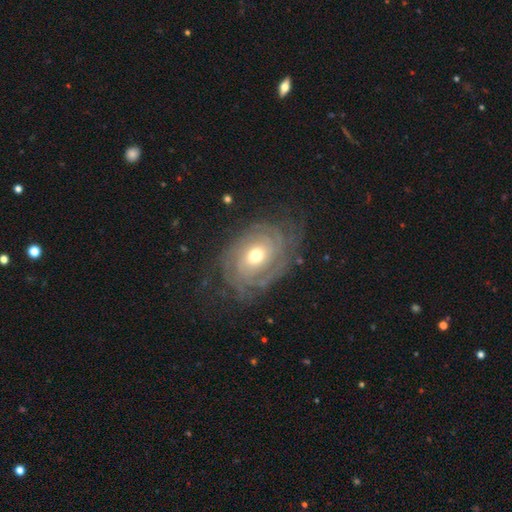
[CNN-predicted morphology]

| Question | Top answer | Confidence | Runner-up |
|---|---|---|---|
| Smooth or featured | featured or disk | 83% | smooth (11%) |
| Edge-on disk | no | 96% | yes (4%) |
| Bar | no | 74% | weak (20%) |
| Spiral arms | yes | 92% | no (8%) |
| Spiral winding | tight | 76% | medium (18%) |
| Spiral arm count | can't tell | 41% | 2 (18%) |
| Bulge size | moderate | 66% | small (25%) |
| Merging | none | 71% | minor disturbance (17%) |